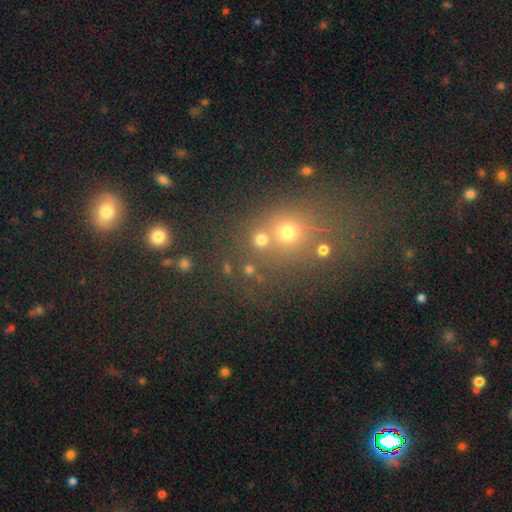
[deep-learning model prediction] Smooth or featured? star or artifact (44%)